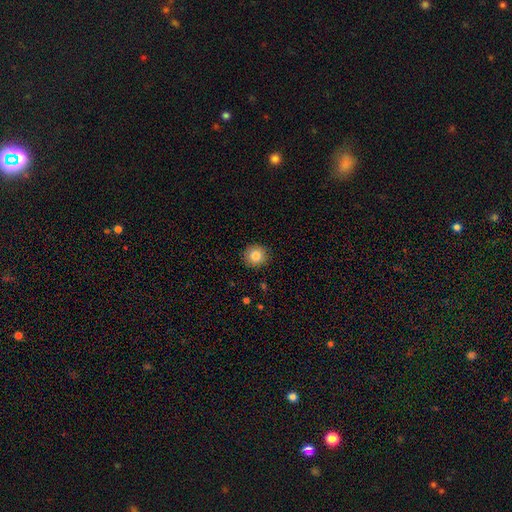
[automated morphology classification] This is clearly a smooth galaxy (83%). How rounded: clearly round (92%). Merging: clearly none (91%).